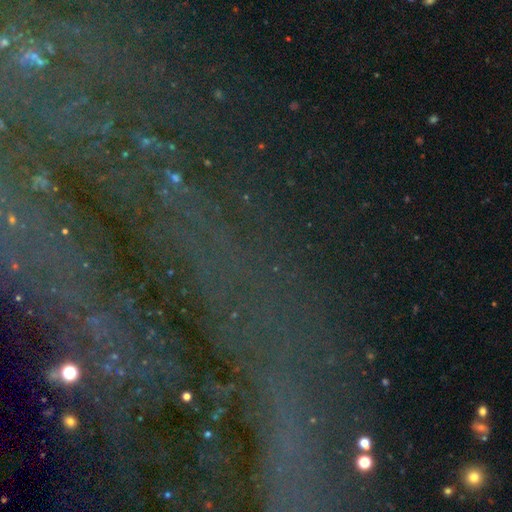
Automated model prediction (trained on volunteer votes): A star or artifact, not a galaxy (72%).

Vote fractions:
- Smooth or featured? star or artifact: 72% / featured or disk: 16% / smooth: 12%